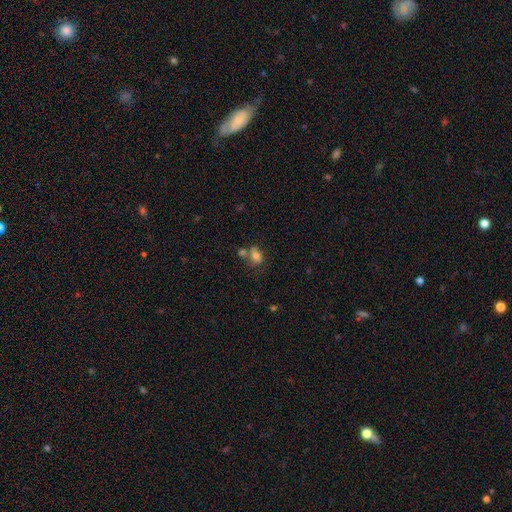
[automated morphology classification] Overall: smooth (70%). How rounded: in between (61%; round 38%). Merging: none (36%, tied with merger).